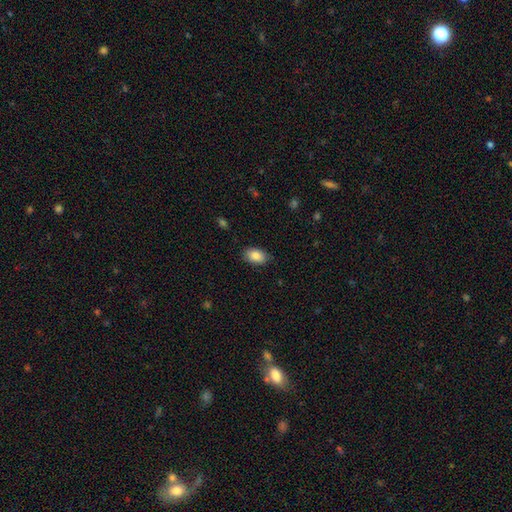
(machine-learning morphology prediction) Q: Smooth or featured?
A: smooth (87%); runner-up: star or artifact (7%)
Q: How rounded?
A: in between (90%); runner-up: round (9%)
Q: Merging?
A: none (85%); runner-up: minor disturbance (11%)